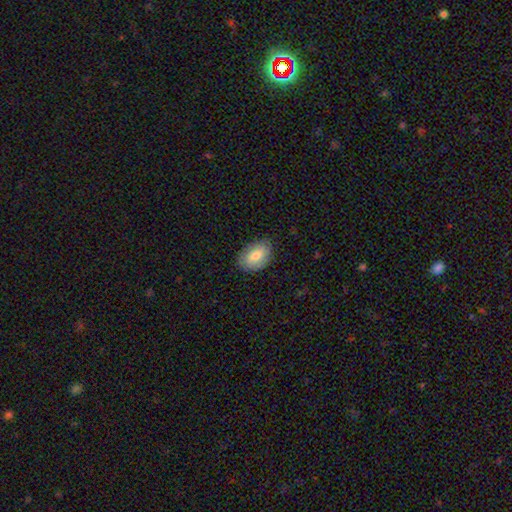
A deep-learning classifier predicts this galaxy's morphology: Smooth or featured?
  - smooth: 79% *
  - featured or disk: 14%
  - star or artifact: 6%
How rounded?
  - in between: 91% *
  - round: 8%
  - cigar-shaped: 2%
Merging?
  - none: 83% *
  - minor disturbance: 14%
  - major disturbance: 3%
  - merger: 1%